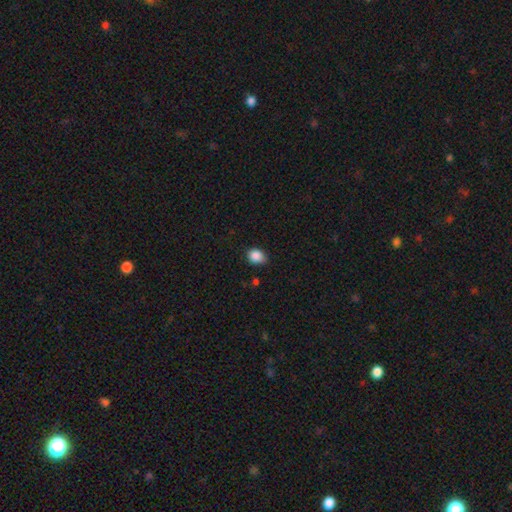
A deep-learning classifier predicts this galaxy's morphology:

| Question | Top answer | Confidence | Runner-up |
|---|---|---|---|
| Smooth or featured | smooth | 87% | star or artifact (9%) |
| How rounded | in between | 50% | round (49%) |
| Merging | none | 75% | minor disturbance (20%) |